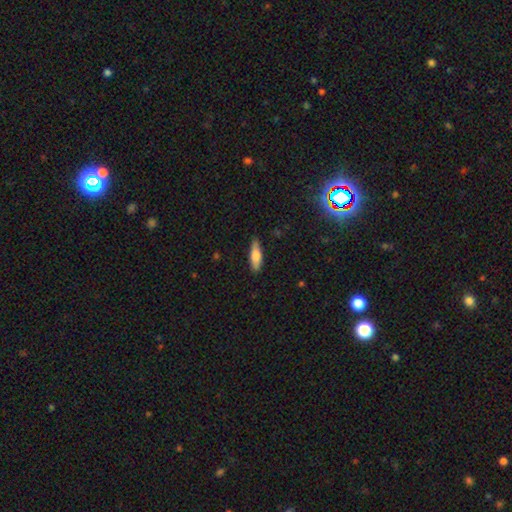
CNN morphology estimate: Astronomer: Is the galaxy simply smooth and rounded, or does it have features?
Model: smooth — 71%.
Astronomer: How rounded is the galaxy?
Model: cigar-shaped — 52% (runner-up: in between, 46%).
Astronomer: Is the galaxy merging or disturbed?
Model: none — 85%.